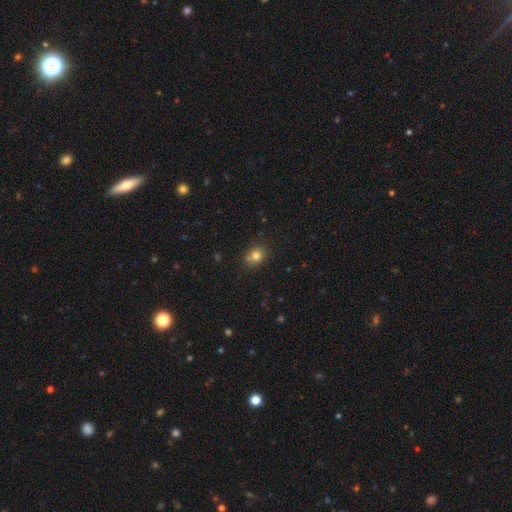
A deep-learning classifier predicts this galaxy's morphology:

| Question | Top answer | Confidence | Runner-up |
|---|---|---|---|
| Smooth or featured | smooth | 80% | star or artifact (12%) |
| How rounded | round | 56% | in between (43%) |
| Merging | none | 73% | minor disturbance (16%) |